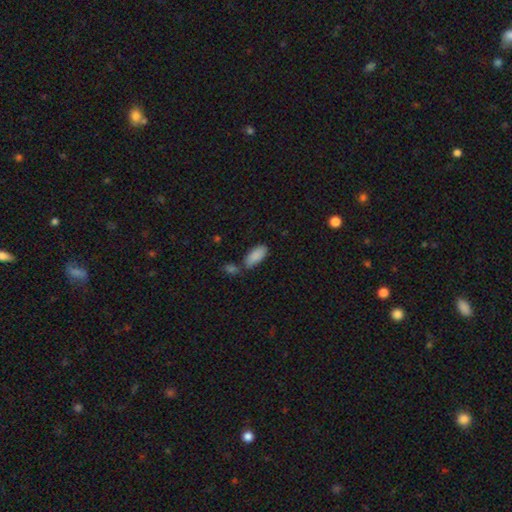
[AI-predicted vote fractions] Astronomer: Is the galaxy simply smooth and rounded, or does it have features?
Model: smooth — 88%.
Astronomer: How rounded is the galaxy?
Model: in between — 89%.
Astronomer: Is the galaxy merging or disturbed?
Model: none — 63%.